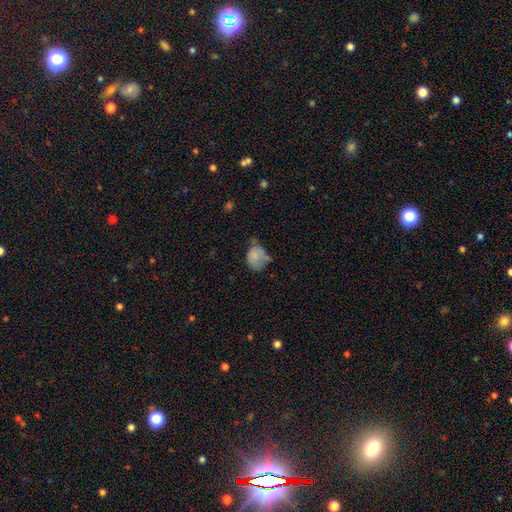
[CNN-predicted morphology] This is likely a smooth galaxy (76%). How rounded: possibly in between (55%). Merging: marginally minor disturbance (39%).